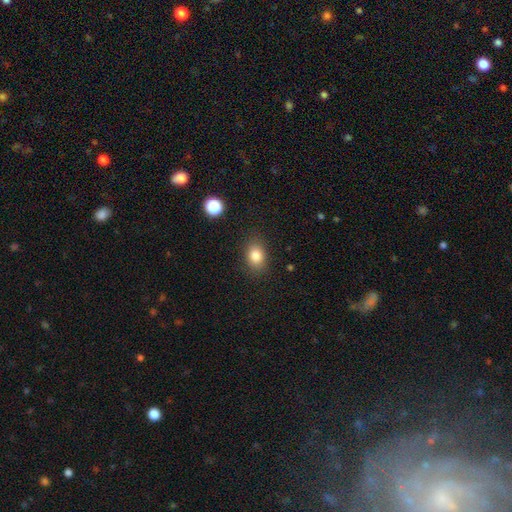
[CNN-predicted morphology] A smooth galaxy with no disk features (83%) that is in between round and cigar-shaped (71%). Merging: none (84%).